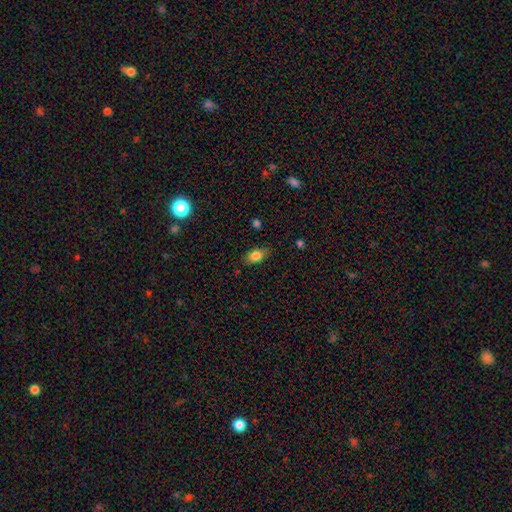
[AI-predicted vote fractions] The model was most divided on "merging": none: 81%, minor disturbance: 15%, major disturbance: 3%, merger: 1%. More confident: how rounded — in between (85%); smooth or featured — smooth (82%).